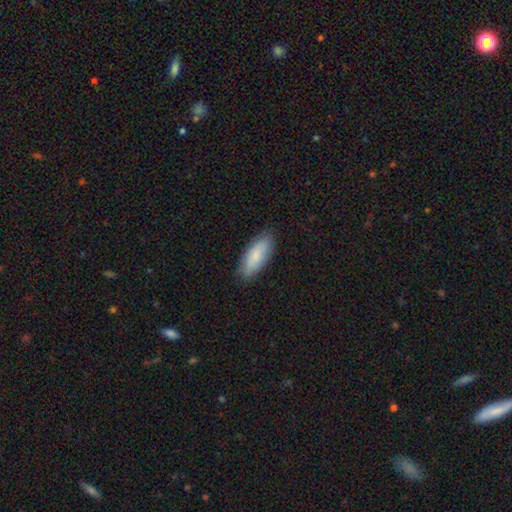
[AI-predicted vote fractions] Q: Smooth or featured?
A: smooth (81%); runner-up: featured or disk (13%)
Q: How rounded?
A: in between (76%); runner-up: cigar-shaped (22%)
Q: Merging?
A: none (85%); runner-up: minor disturbance (12%)